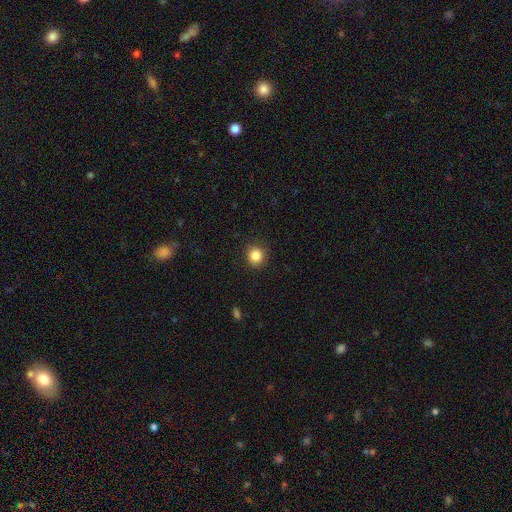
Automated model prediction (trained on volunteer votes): smooth 85%, star or artifact 10%, featured or disk 4%. Down the decision tree: how rounded — round (89%); merging — none (89%).